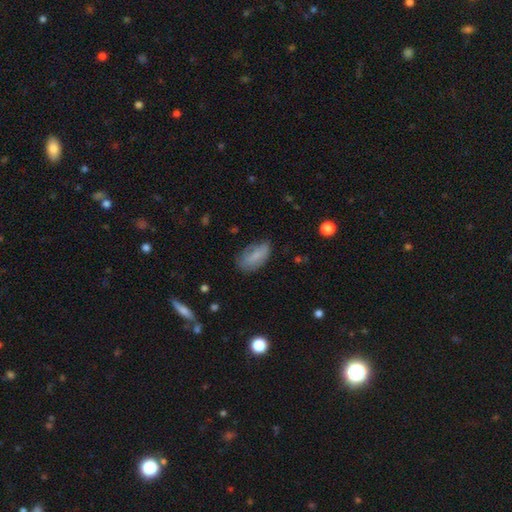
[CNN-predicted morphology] Smooth or featured? smooth (76%)
How rounded? in between (89%)
Merging? none (66%)